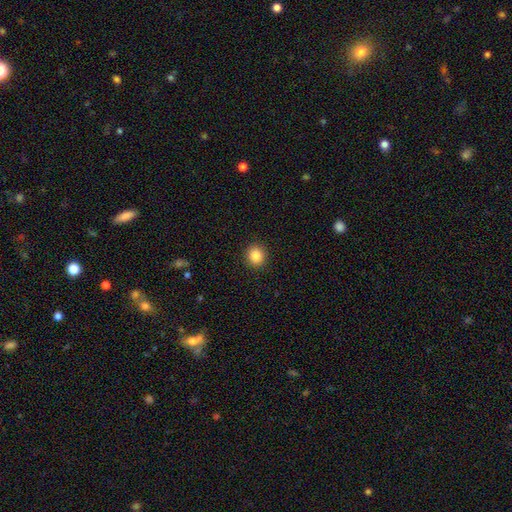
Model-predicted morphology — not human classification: This is clearly a smooth galaxy (86%). How rounded: clearly round (88%). Merging: clearly none (92%).